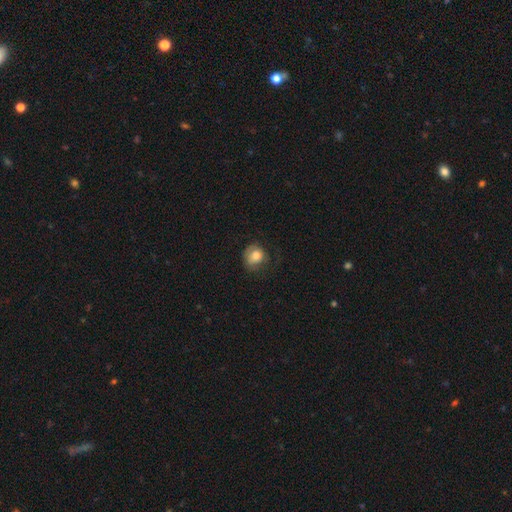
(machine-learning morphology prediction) type=smooth (77%); roundness=round (76%); merging=none (58%).